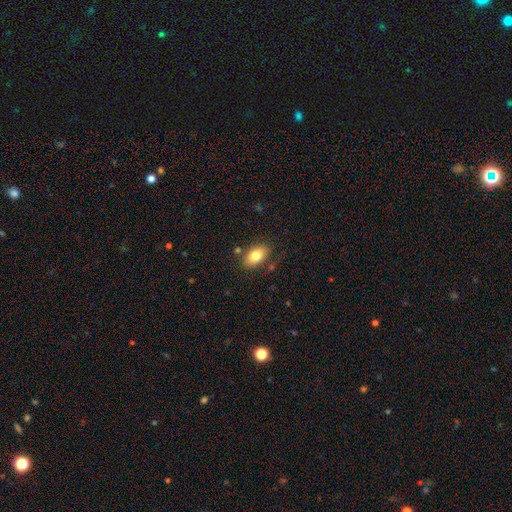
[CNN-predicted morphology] Overall: smooth (79%). How rounded: in between (91%). Merging: none (80%).